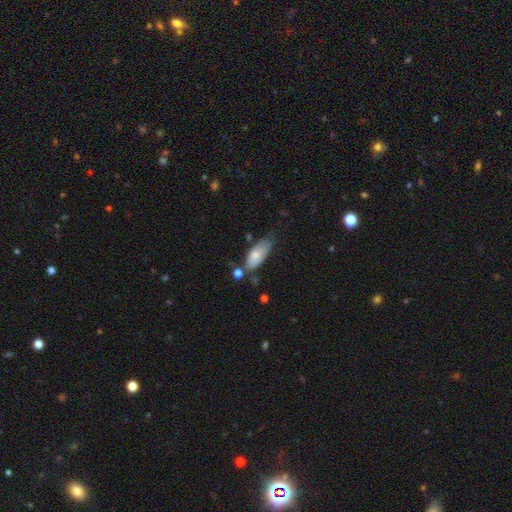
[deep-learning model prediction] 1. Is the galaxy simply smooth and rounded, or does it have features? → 71% smooth, 23% featured or disk, 6% star or artifact.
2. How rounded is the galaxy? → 83% in between, 15% cigar-shaped, 3% round.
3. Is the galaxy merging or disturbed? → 46% none, 32% minor disturbance, 12% merger, 10% major disturbance.